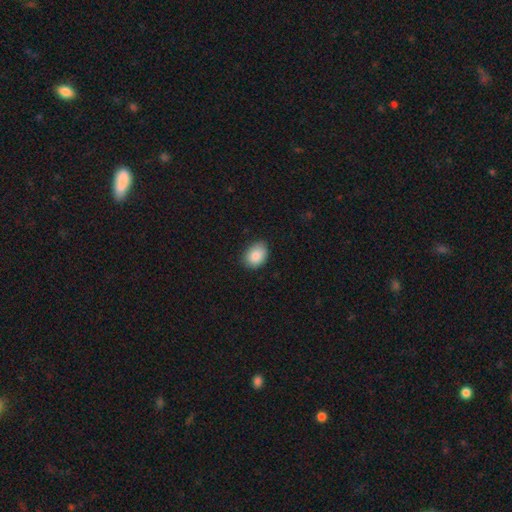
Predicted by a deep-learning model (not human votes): Smooth or featured? smooth (87%)
How rounded? in between (69%)
Merging? none (82%)